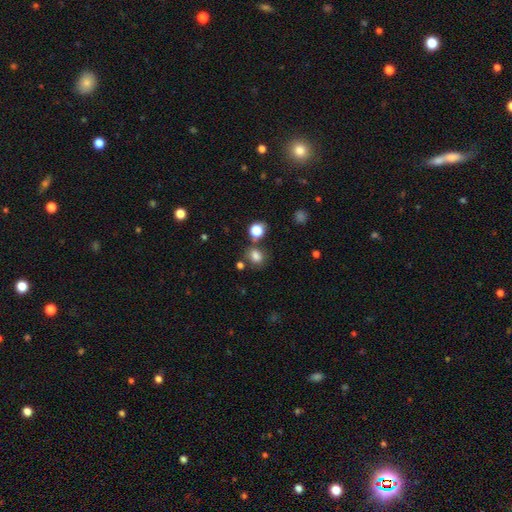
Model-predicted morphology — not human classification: This appears to be a smooth galaxy with no disk features (80%) that is round (57%). Merging: none (70%).